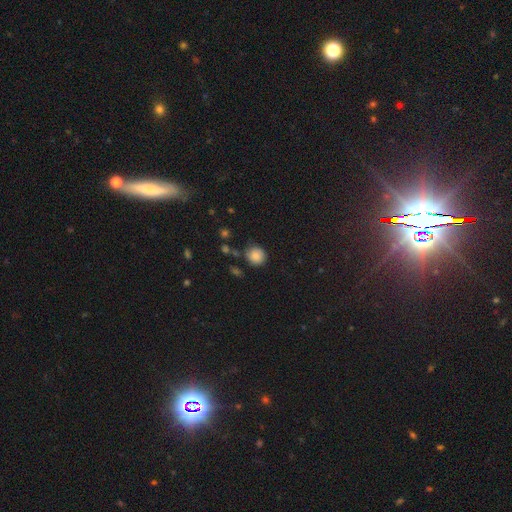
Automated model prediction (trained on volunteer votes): Morphology: type=smooth (83%); roundness=round (89%); merging=none (77%).